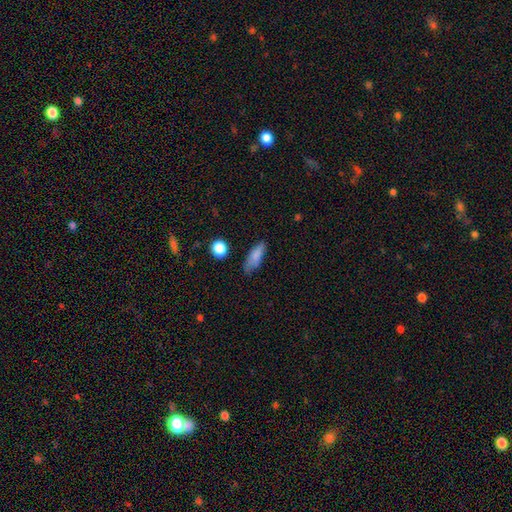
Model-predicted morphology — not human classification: This appears to be a smooth galaxy with no disk features (82%) that is in between round and cigar-shaped (63%). Merging: none (66%).